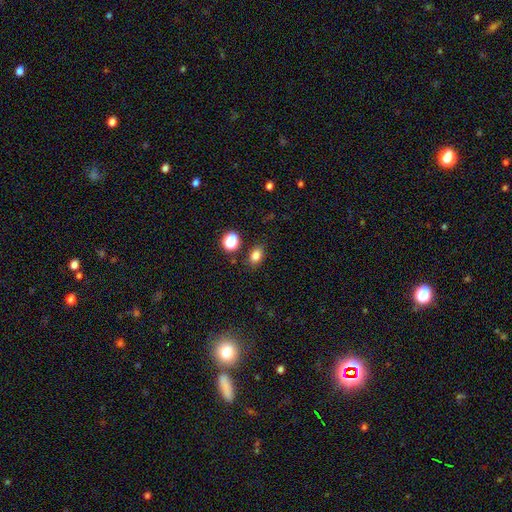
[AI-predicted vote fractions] Smooth or featured: smooth — 80% (star or artifact — 13%)
How rounded: in between — 73% (round — 26%)
Merging: none — 81% (minor disturbance — 11%)